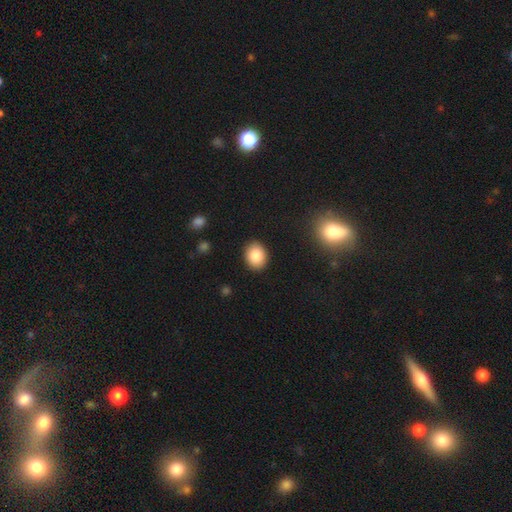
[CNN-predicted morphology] smooth_or_featured: smooth (p=0.86) [alt: star or artifact p=0.09]
how_rounded: round (p=0.52) [alt: in between p=0.47]
merging: none (p=0.90) [alt: minor disturbance p=0.07]